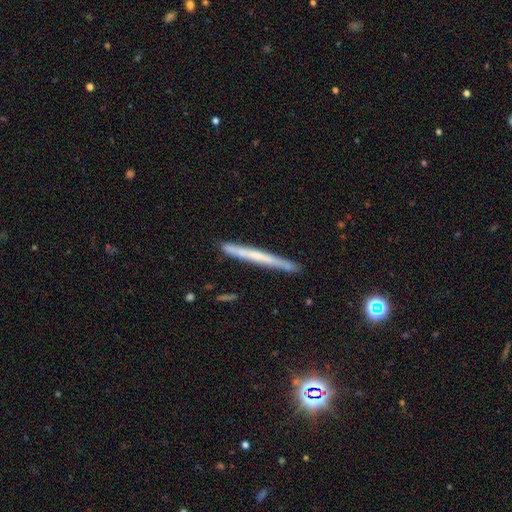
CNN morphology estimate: featured or disk 49%, smooth 43%, star or artifact 8%. Down the decision tree: merging — none (87%).